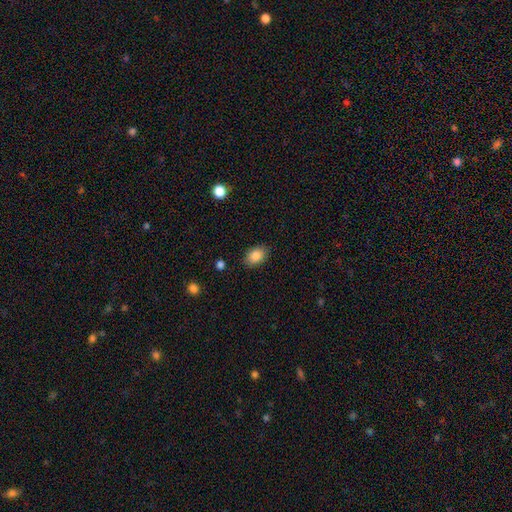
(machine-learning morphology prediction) Overall: smooth (86%). How rounded: in between (82%). Merging: none (85%).